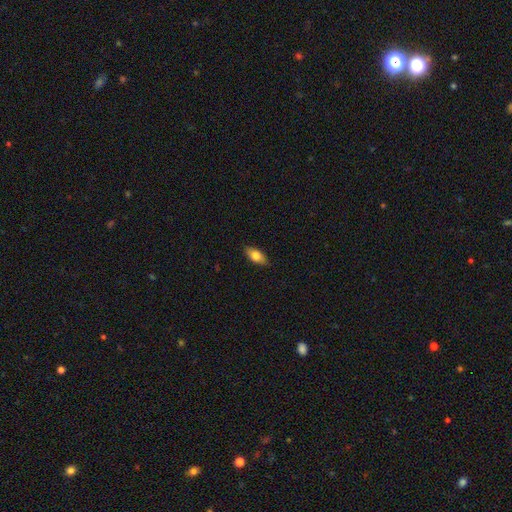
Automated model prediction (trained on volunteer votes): The model was most divided on "smooth or featured": smooth: 77%, featured or disk: 17%, star or artifact: 7%. More confident: how rounded — in between (87%); merging — none (86%).